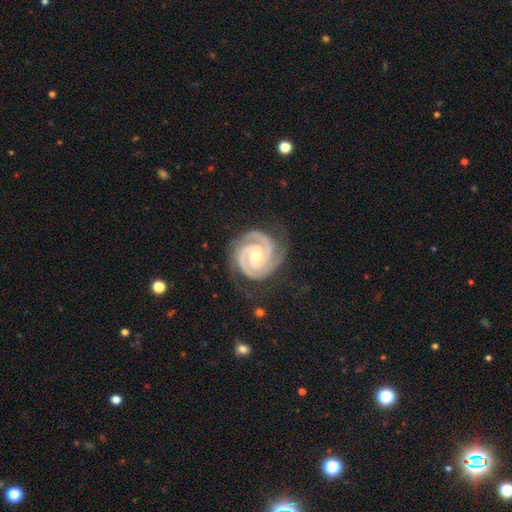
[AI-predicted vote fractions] smooth_or_featured: featured or disk (p=0.93) [alt: star or artifact p=0.03]
disk_edge_on: no (p=0.98) [alt: yes p=0.02]
bar: no (p=0.58) [alt: weak p=0.31]
has_spiral_arms: yes (p=0.99) [alt: no p=0.01]
spiral_winding: tight (p=0.77) [alt: medium p=0.21]
spiral_arm_count: 2 (p=0.52) [alt: 3 p=0.34]
bulge_size: moderate (p=0.52) [alt: small p=0.44]
merging: none (p=0.75) [alt: minor disturbance p=0.17]